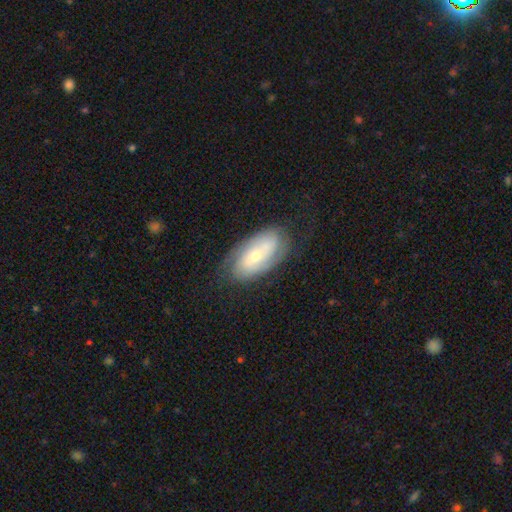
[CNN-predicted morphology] This appears to be a featured or disk galaxy (64%) with no bar (57%), spiral arms (81%) and a small central bulge (56%). Merging: none (72%).